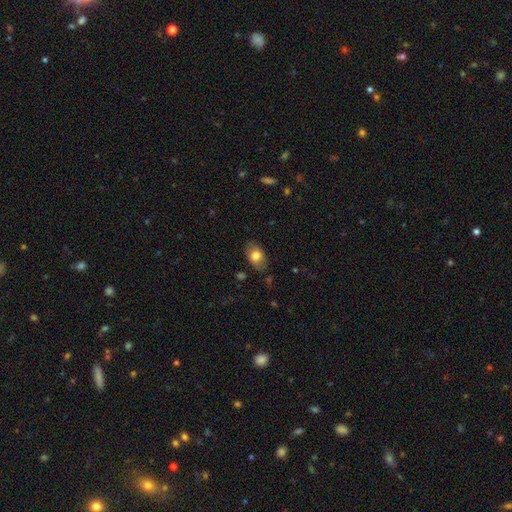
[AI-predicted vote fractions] Overall: smooth (76%). How rounded: in between (88%). Merging: none (79%).